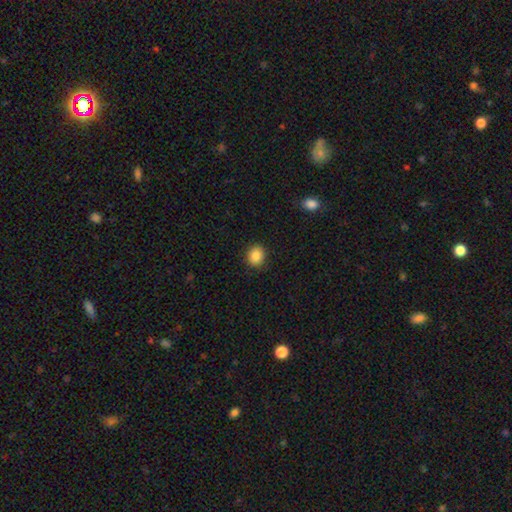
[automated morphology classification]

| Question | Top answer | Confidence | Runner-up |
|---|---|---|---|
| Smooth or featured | smooth | 87% | star or artifact (9%) |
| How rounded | round | 73% | in between (26%) |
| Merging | none | 89% | minor disturbance (7%) |